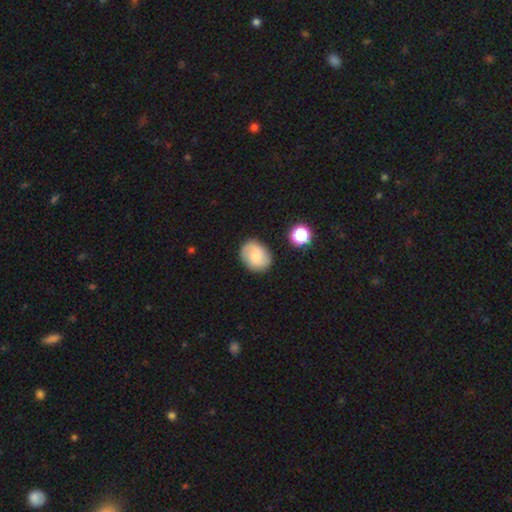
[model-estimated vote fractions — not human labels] This appears to be a smooth galaxy with no disk features (55%) that is round (54%). Merging: none (81%).